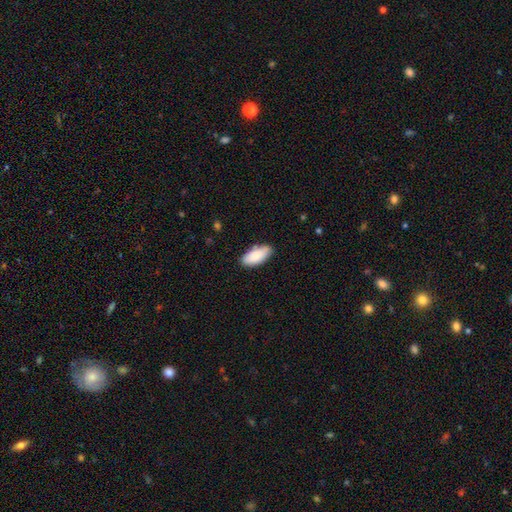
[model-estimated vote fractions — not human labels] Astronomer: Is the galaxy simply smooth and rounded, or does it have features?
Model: smooth — 83%.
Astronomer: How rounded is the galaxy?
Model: in between — 90%.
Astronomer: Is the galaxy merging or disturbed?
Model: none — 80%.